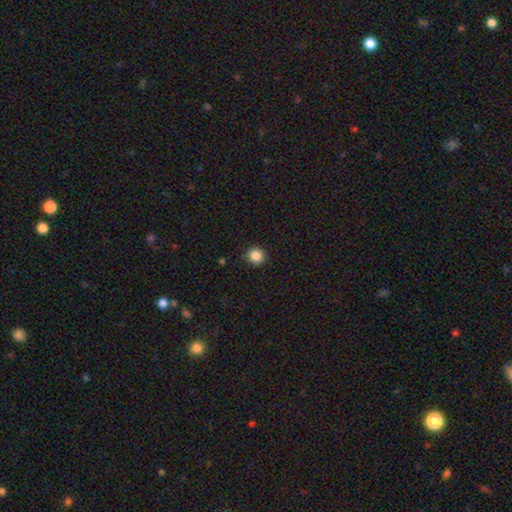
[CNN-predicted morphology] Smooth or featured?
  - smooth: 86% *
  - star or artifact: 10%
  - featured or disk: 4%
How rounded?
  - round: 92% *
  - in between: 7%
  - cigar-shaped: 1%
Merging?
  - none: 90% *
  - minor disturbance: 7%
  - major disturbance: 2%
  - merger: 1%